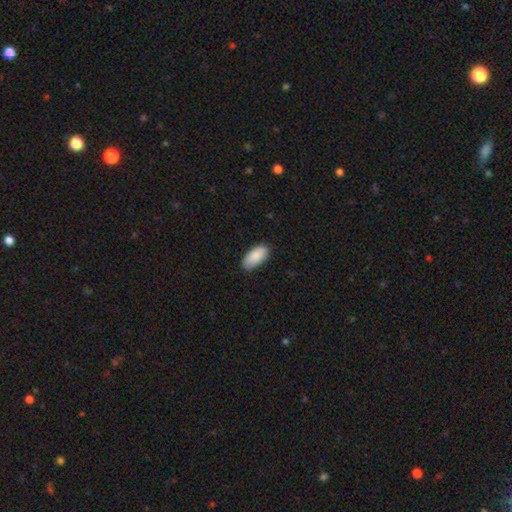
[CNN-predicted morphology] A smooth galaxy with no disk features (90%) that is in between round and cigar-shaped (91%).

Vote fractions:
- Smooth or featured? smooth: 90% / star or artifact: 6% / featured or disk: 4%
- How rounded? in between: 91% / cigar-shaped: 7% / round: 2%
- Merging? none: 86% / minor disturbance: 11% / major disturbance: 2% / merger: 1%